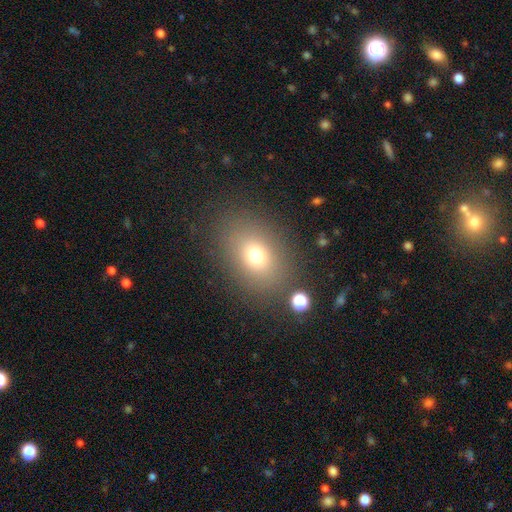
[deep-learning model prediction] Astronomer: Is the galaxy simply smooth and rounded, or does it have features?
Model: smooth — 71%.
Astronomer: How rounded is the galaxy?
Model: in between — 60% (runner-up: round, 39%).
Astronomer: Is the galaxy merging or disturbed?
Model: none — 81%.